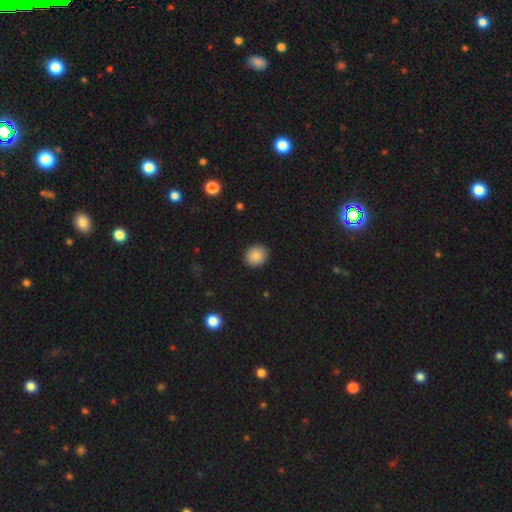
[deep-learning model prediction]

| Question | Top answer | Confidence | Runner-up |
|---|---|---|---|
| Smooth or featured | smooth | 87% | star or artifact (9%) |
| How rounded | round | 82% | in between (17%) |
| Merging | none | 92% | minor disturbance (6%) |